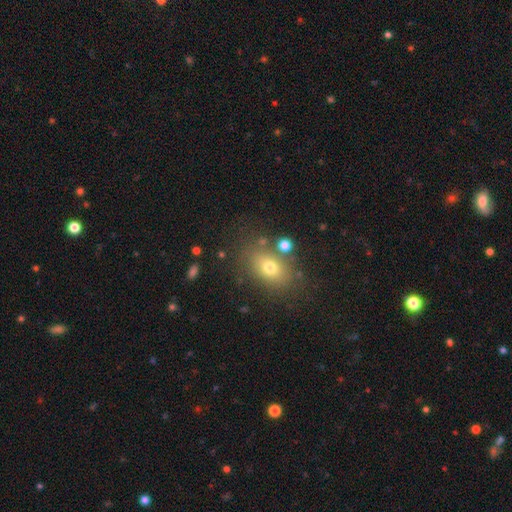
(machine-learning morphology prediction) A smooth galaxy with no disk features (64%) that is in between round and cigar-shaped (66%).

Vote fractions:
- Smooth or featured? smooth: 64% / star or artifact: 22% / featured or disk: 14%
- How rounded? in between: 66% / round: 32% / cigar-shaped: 2%
- Merging? none: 76% / minor disturbance: 11% / merger: 8% / major disturbance: 4%